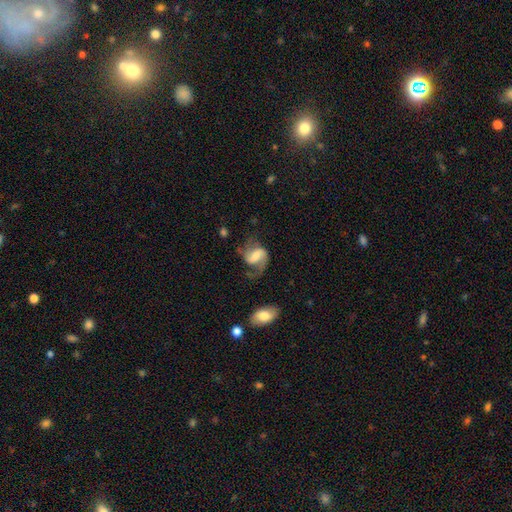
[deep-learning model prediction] smooth_or_featured: featured or disk (p=0.82) [alt: smooth p=0.12]
disk_edge_on: no (p=0.98) [alt: yes p=0.02]
bar: weak (p=0.50) [alt: strong p=0.26]
has_spiral_arms: yes (p=0.95) [alt: no p=0.05]
spiral_winding: medium (p=0.48) [alt: loose p=0.40]
spiral_arm_count: 2 (p=0.86) [alt: 1 p=0.07]
bulge_size: moderate (p=0.46) [alt: small p=0.31]
merging: none (p=0.59) [alt: minor disturbance p=0.20]